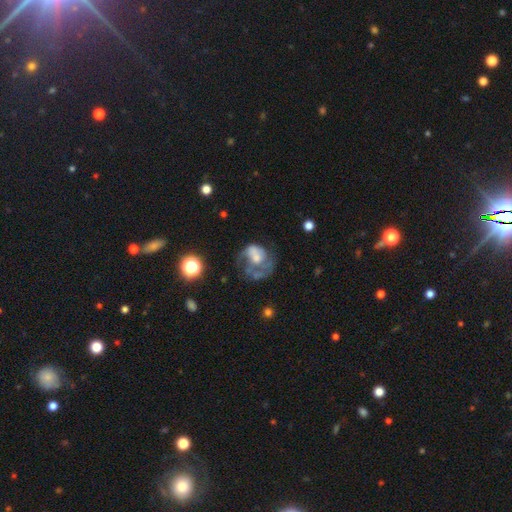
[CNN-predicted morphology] Q: Smooth or featured?
A: featured or disk (53%); runner-up: smooth (36%)
Q: Edge-on disk?
A: no (98%); runner-up: yes (2%)
Q: Bar?
A: no (79%); runner-up: weak (17%)
Q: Spiral arms?
A: no (59%); runner-up: yes (41%)
Q: Bulge size?
A: moderate (36%); runner-up: none (24%)
Q: Merging?
A: major disturbance (47%); runner-up: none (26%)